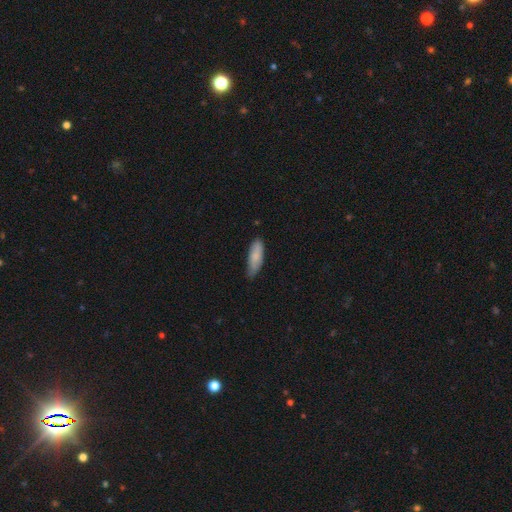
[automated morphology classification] The model was most divided on "how rounded": in between: 59%, cigar-shaped: 39%, round: 2%. More confident: smooth or featured — smooth (83%); merging — none (67%).